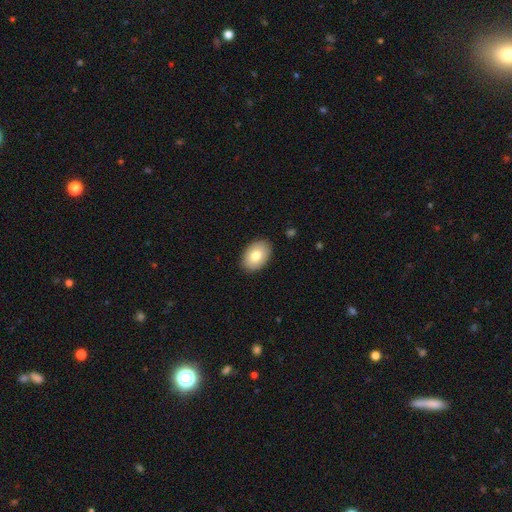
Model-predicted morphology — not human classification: Smooth or featured? smooth (79%)
How rounded? in between (85%)
Merging? none (89%)